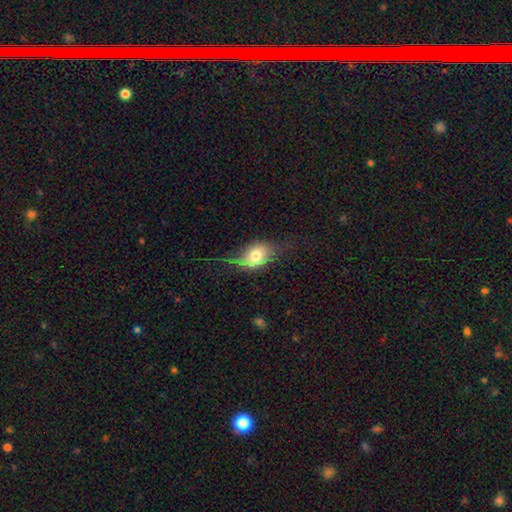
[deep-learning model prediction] A smooth galaxy with no disk features (61%) that is in between round and cigar-shaped (72%).

Vote fractions:
- Smooth or featured? smooth: 61% / featured or disk: 30% / star or artifact: 9%
- How rounded? in between: 72% / round: 25% / cigar-shaped: 3%
- Merging? none: 40% / minor disturbance: 30% / major disturbance: 27% / merger: 2%